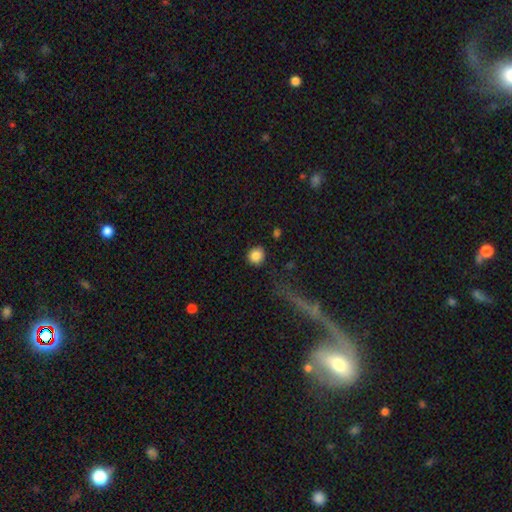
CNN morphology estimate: Smooth or featured: smooth — 85% (star or artifact — 10%)
How rounded: round — 88% (in between — 11%)
Merging: none — 87% (minor disturbance — 8%)